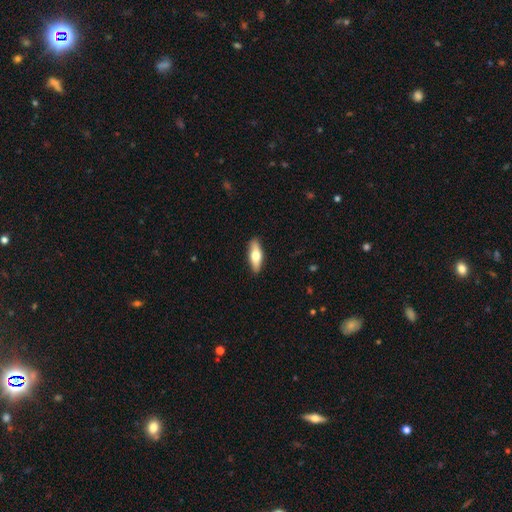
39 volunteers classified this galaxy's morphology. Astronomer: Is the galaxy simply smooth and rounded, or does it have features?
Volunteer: smooth — 62%.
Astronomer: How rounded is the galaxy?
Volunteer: cigar-shaped — 54% (runner-up: in between, 42%).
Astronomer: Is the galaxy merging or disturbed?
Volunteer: none — 79%.